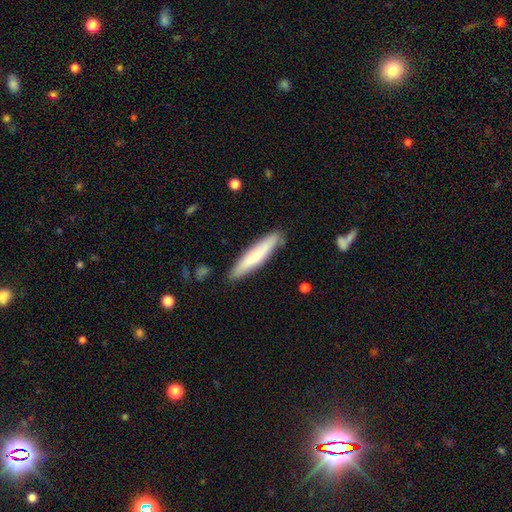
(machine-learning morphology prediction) The model was most divided on "smooth or featured": smooth: 68%, featured or disk: 26%, star or artifact: 5%. More confident: how rounded — cigar-shaped (88%); merging — none (84%).